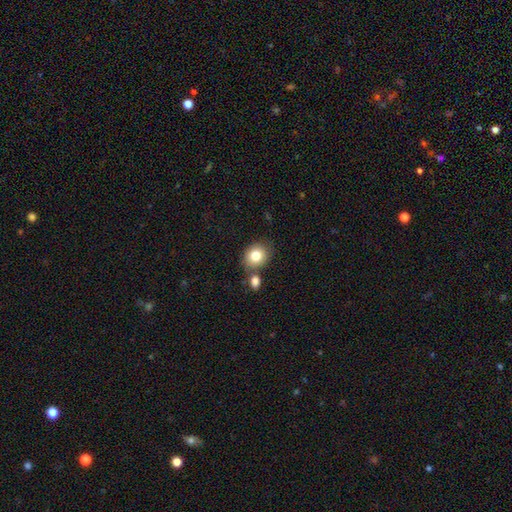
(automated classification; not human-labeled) Smooth or featured? Predicted: smooth (p=0.81). How rounded? Predicted: round (p=0.63). Merging? Predicted: none (p=0.66).